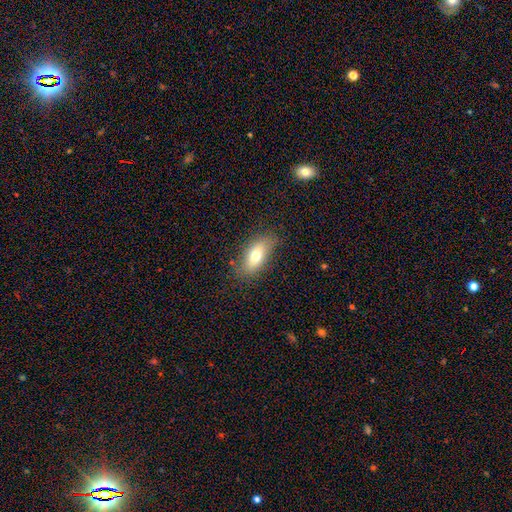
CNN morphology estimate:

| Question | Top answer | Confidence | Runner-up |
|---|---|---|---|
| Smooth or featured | smooth | 70% | featured or disk (22%) |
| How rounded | in between | 82% | cigar-shaped (13%) |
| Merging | none | 81% | minor disturbance (14%) |